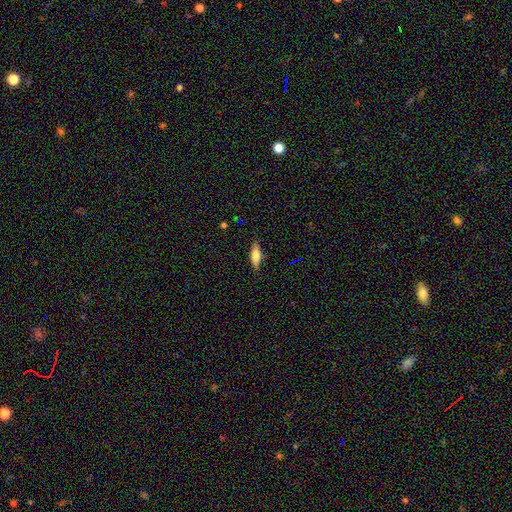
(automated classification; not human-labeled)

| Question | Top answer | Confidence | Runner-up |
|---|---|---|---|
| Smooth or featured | smooth | 67% | featured or disk (26%) |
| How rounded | in between | 54% | cigar-shaped (44%) |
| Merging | none | 84% | minor disturbance (12%) |